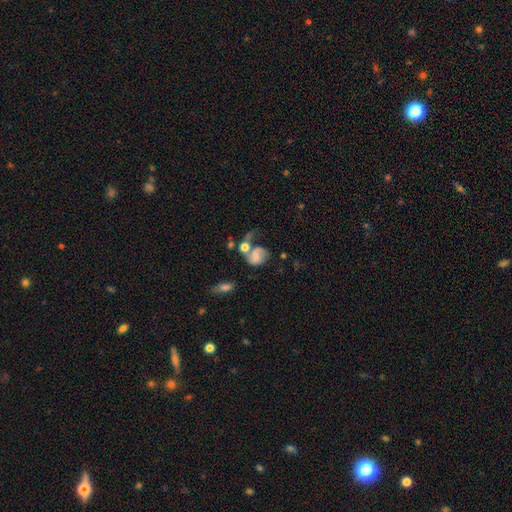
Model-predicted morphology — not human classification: A featured or disk galaxy (57%) with no bar (54%), spiral arms (80%) and a moderate central bulge (40%). Merging: merger (33%).